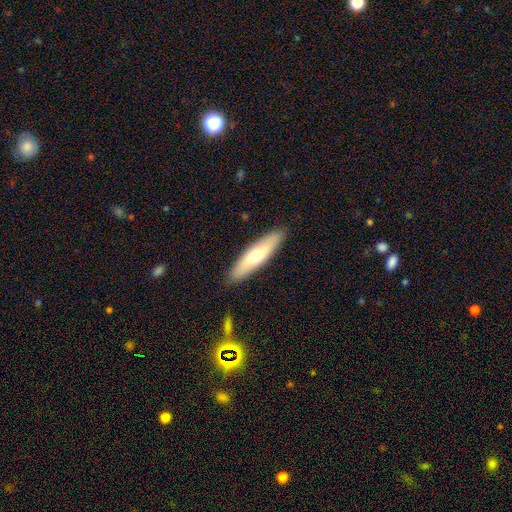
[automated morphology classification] Smooth or featured? smooth (61%)
How rounded? cigar-shaped (71%)
Merging? none (88%)